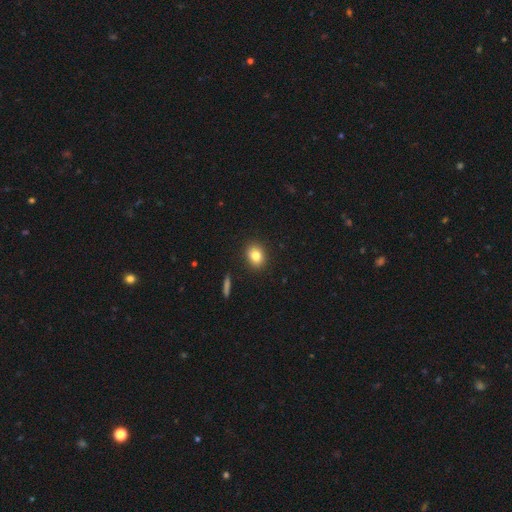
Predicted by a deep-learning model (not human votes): A smooth galaxy with no disk features (81%) that is round (49%, tied with in between).

Vote fractions:
- Smooth or featured? smooth: 81% / star or artifact: 10% / featured or disk: 8%
- How rounded? round: 49% (tied) / in between: 49% (tied) / cigar-shaped: 1%
- Merging? none: 89% / minor disturbance: 7% / major disturbance: 2% / merger: 1%